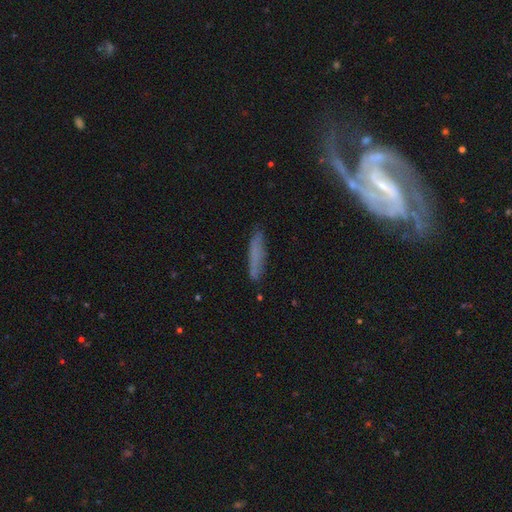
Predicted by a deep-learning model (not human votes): smooth_or_featured: smooth (p=0.54) [alt: featured or disk p=0.36]
how_rounded: cigar-shaped (p=0.85) [alt: in between p=0.13]
merging: none (p=0.77) [alt: minor disturbance p=0.14]